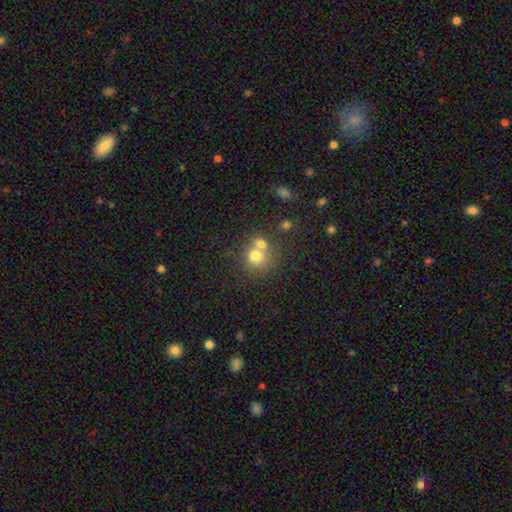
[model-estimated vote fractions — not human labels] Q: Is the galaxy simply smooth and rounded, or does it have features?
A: smooth — 72%.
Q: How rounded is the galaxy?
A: round — 80%.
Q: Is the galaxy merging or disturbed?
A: merger — 54%.